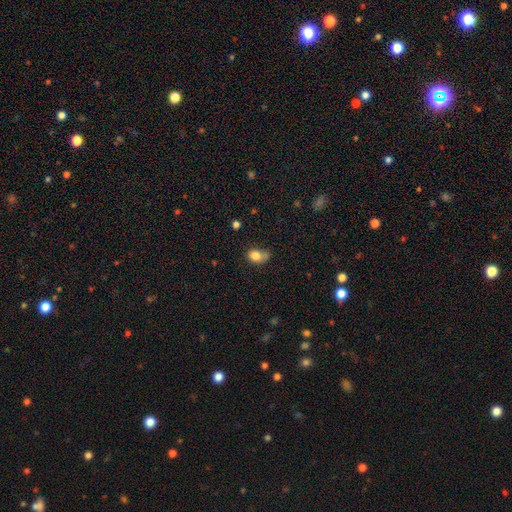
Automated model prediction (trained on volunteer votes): This appears to be a smooth galaxy with no disk features (81%) that is in between round and cigar-shaped (56%). Merging: none (43%).